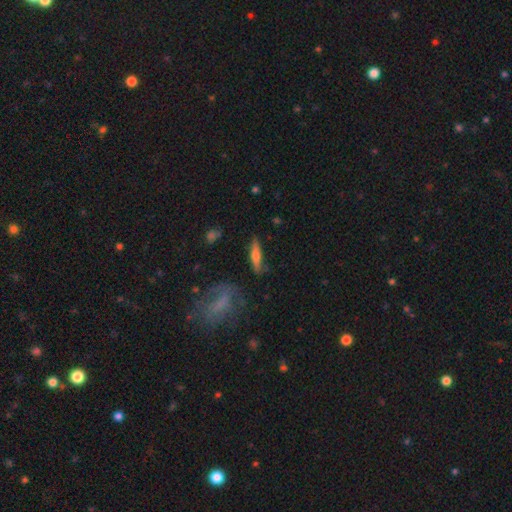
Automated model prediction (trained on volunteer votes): This is possibly a smooth galaxy (51%). How rounded: likely cigar-shaped (74%). Merging: clearly none (81%).